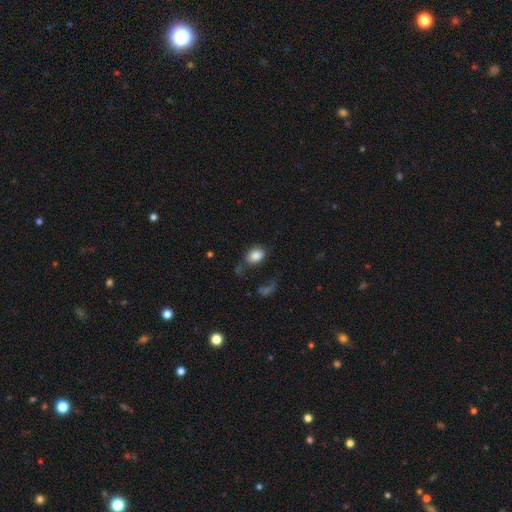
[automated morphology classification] This is clearly a smooth galaxy (84%). How rounded: likely in between (76%). Merging: possibly none (58%).